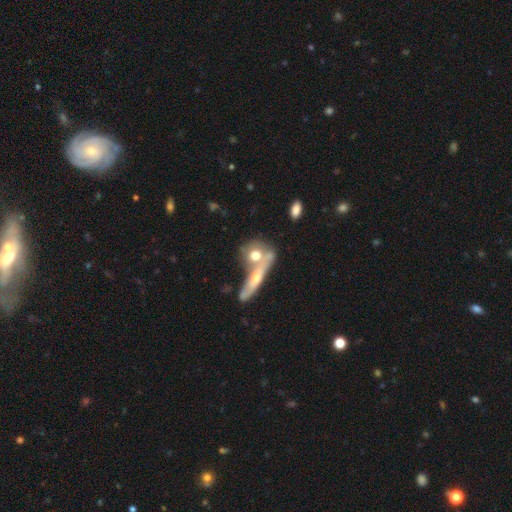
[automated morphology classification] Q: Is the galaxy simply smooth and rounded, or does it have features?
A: smooth — 54%.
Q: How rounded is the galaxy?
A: round — 48%.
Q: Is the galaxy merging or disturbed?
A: merger — 52%.